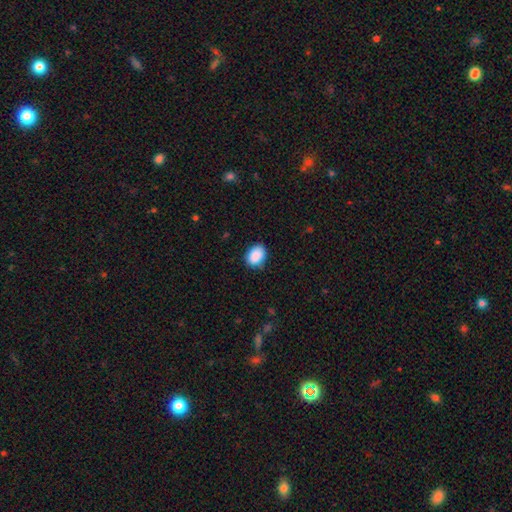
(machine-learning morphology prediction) smooth-or-featured: smooth: 89% | star or artifact: 7% | featured or disk: 3%
  how-rounded: in between: 74% | round: 25% | cigar-shaped: 1%
  merging: none: 80% | minor disturbance: 16% | major disturbance: 3% | merger: 1%